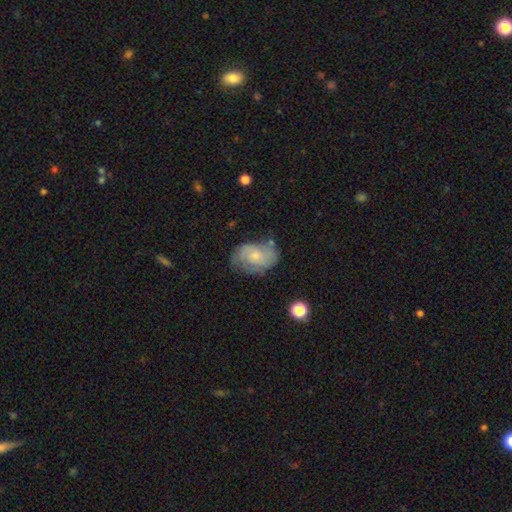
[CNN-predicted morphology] Smooth or featured: featured or disk — 54% (smooth — 38%)
Edge-on disk: no — 97% (yes — 3%)
Bar: no — 76% (weak — 21%)
Spiral arms: yes — 79% (no — 21%)
Bulge size: small — 64% (moderate — 27%)
Merging: none — 54% (minor disturbance — 29%)